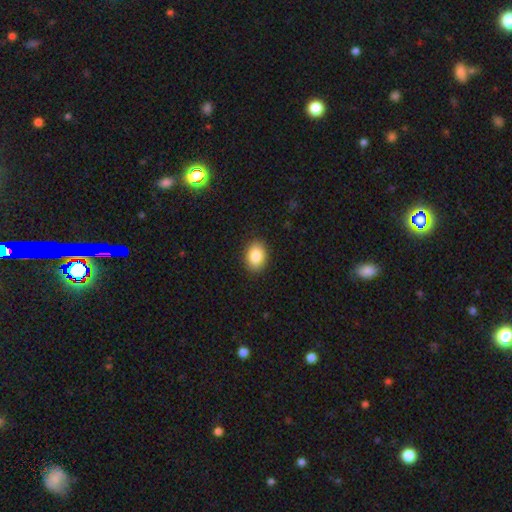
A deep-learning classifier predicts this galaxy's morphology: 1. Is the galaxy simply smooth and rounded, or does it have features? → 86% smooth, 8% star or artifact, 6% featured or disk.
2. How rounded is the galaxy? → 74% in between, 25% round, 1% cigar-shaped.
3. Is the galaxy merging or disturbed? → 89% none, 8% minor disturbance, 2% major disturbance, 1% merger.